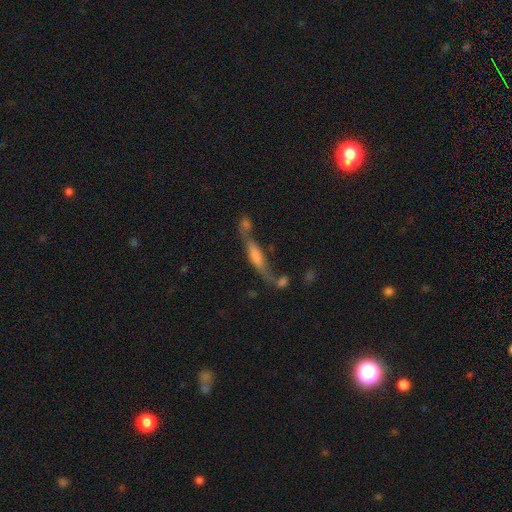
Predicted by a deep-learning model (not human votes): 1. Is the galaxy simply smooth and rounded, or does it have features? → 46% featured or disk, 43% smooth, 11% star or artifact.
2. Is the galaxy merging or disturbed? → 39% merger, 32% none, 15% minor disturbance, 14% major disturbance.